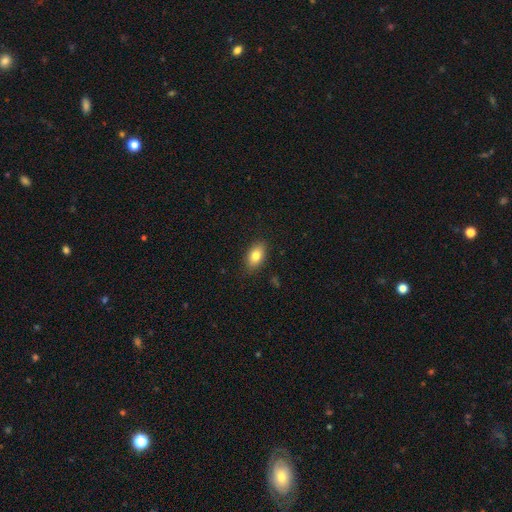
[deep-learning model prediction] The model was most divided on "smooth or featured": smooth: 80%, featured or disk: 12%, star or artifact: 8%. More confident: how rounded — in between (88%); merging — none (86%).